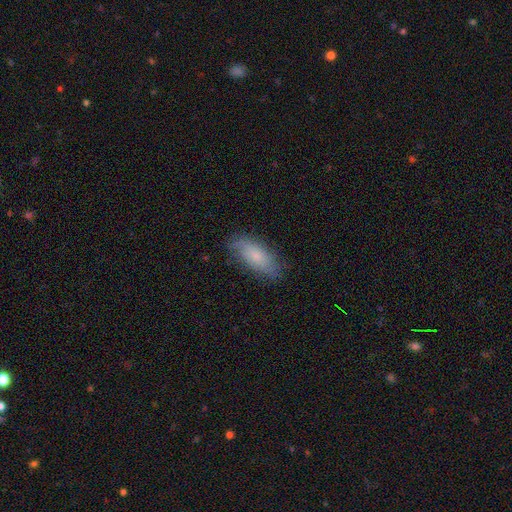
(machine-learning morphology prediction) A smooth galaxy with no disk features (58%) that is in between round and cigar-shaped (80%).

Vote fractions:
- Smooth or featured? smooth: 58% / featured or disk: 34% / star or artifact: 7%
- How rounded? in between: 80% / cigar-shaped: 17% / round: 3%
- Merging? none: 73% / minor disturbance: 20% / major disturbance: 6% / merger: 1%